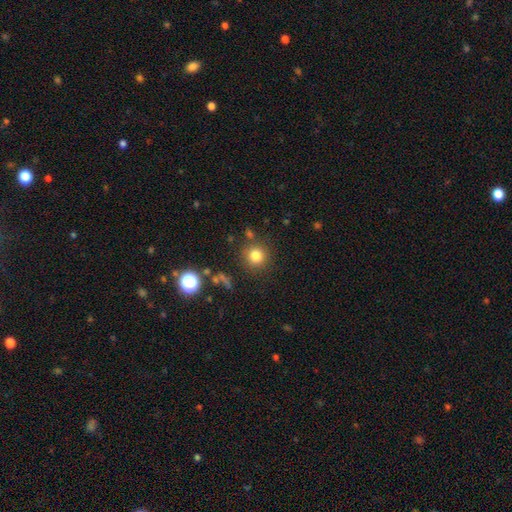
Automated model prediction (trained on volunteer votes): Smooth or featured? Predicted: smooth (p=0.79). How rounded? Predicted: round (p=0.92). Merging? Predicted: none (p=0.83).